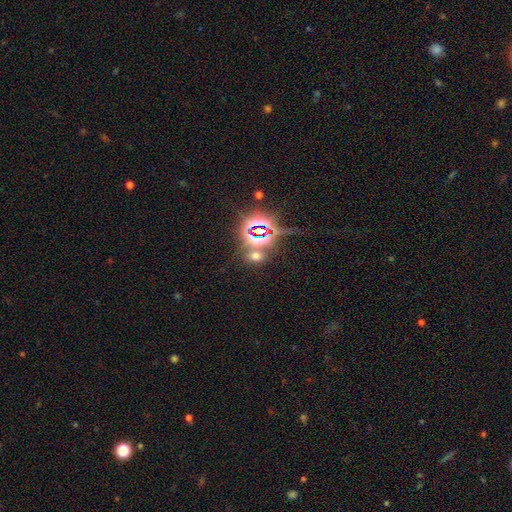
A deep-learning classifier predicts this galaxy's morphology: Overall: star or artifact (52%; smooth 39%).